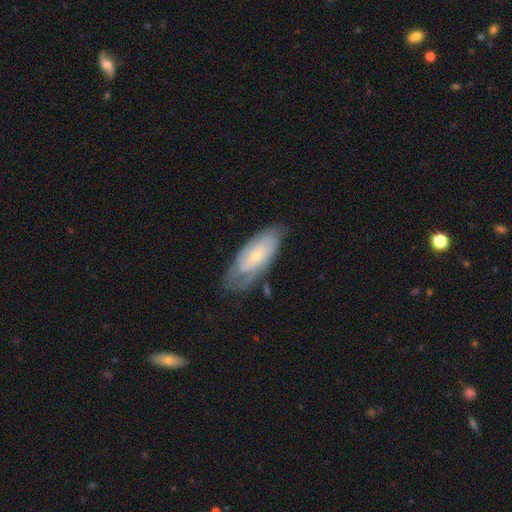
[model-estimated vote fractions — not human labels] Smooth or featured?
  - featured or disk: 66% *
  - smooth: 28%
  - star or artifact: 7%
Edge-on disk?
  - no: 88% *
  - yes: 12%
Bar?
  - no: 61% *
  - weak: 31%
  - strong: 8%
Spiral arms?
  - yes: 83% *
  - no: 17%
Bulge size?
  - small: 68% *
  - moderate: 28%
  - none: 2%
  - large: 1%
  - dominant: 1%
Merging?
  - none: 63% *
  - minor disturbance: 26%
  - major disturbance: 9%
  - merger: 3%